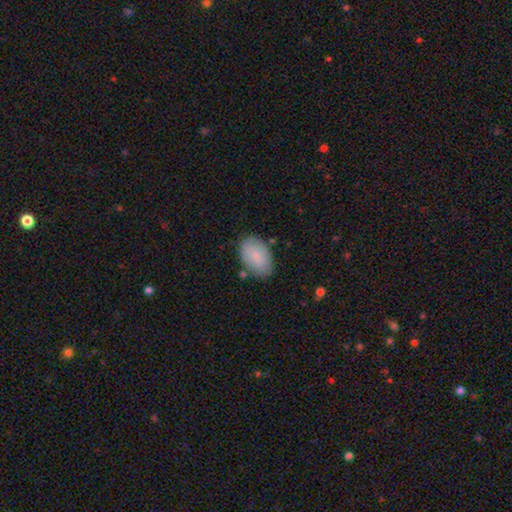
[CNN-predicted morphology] smooth_or_featured: smooth (p=0.78) [alt: featured or disk p=0.16]
how_rounded: in between (p=0.91) [alt: round p=0.07]
merging: none (p=0.78) [alt: minor disturbance p=0.15]